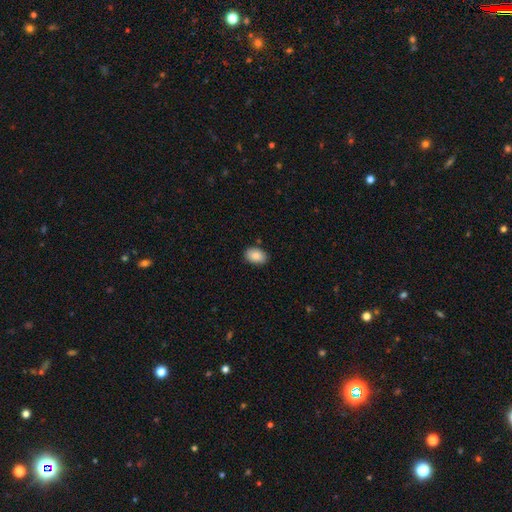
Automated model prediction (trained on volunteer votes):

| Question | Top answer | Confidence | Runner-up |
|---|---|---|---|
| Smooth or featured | smooth | 87% | star or artifact (7%) |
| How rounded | in between | 85% | round (14%) |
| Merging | none | 86% | minor disturbance (10%) |